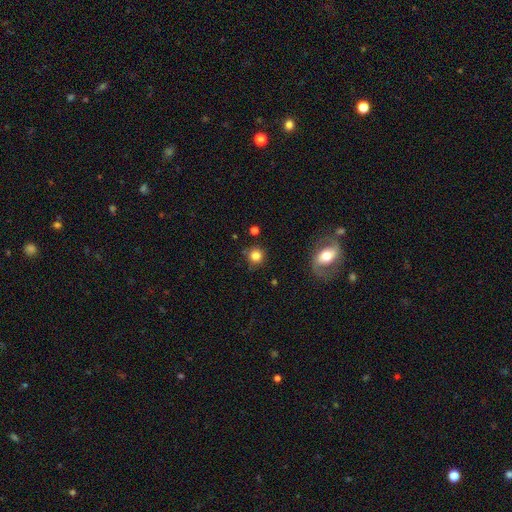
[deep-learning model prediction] Q: Smooth or featured?
A: smooth (80%); runner-up: star or artifact (11%)
Q: How rounded?
A: round (93%); runner-up: in between (6%)
Q: Merging?
A: none (83%); runner-up: minor disturbance (10%)